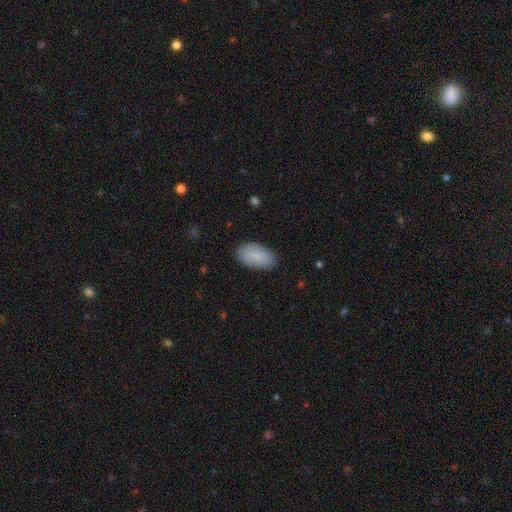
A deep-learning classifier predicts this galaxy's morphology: smooth-or-featured: smooth: 86% | featured or disk: 8% | star or artifact: 6%
  how-rounded: in between: 95% | round: 3% | cigar-shaped: 3%
  merging: none: 86% | minor disturbance: 10% | major disturbance: 2% | merger: 1%